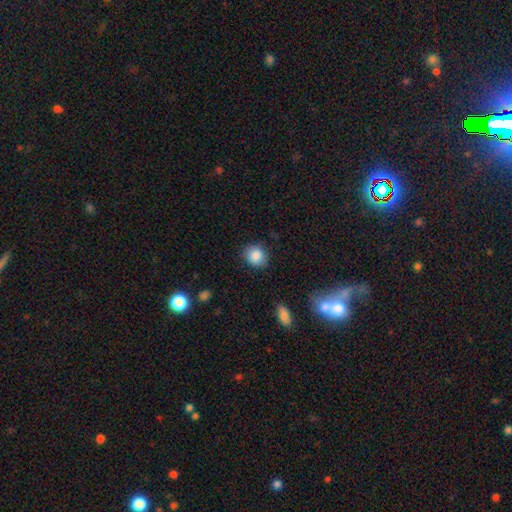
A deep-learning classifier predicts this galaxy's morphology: Q: Smooth or featured?
A: smooth (87%); runner-up: star or artifact (8%)
Q: How rounded?
A: round (77%); runner-up: in between (22%)
Q: Merging?
A: none (83%); runner-up: minor disturbance (13%)